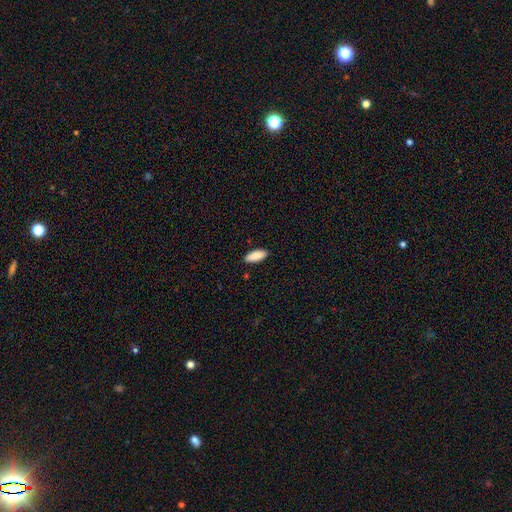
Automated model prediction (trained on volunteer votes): Smooth or featured? Predicted: smooth (p=0.89). How rounded? Predicted: in between (p=0.82). Merging? Predicted: none (p=0.89).